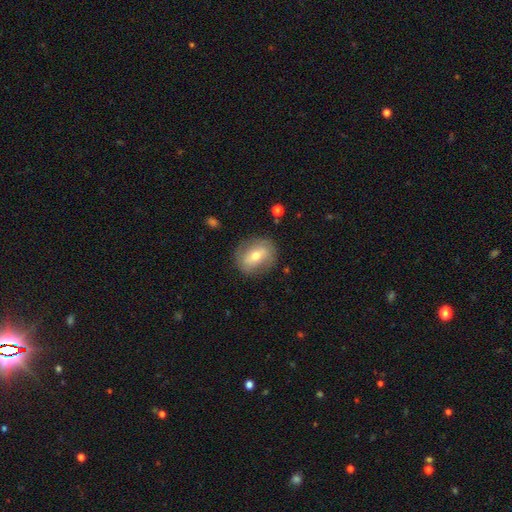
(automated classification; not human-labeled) Morphology: type=smooth (51%); roundness=round (51%); merging=none (80%).